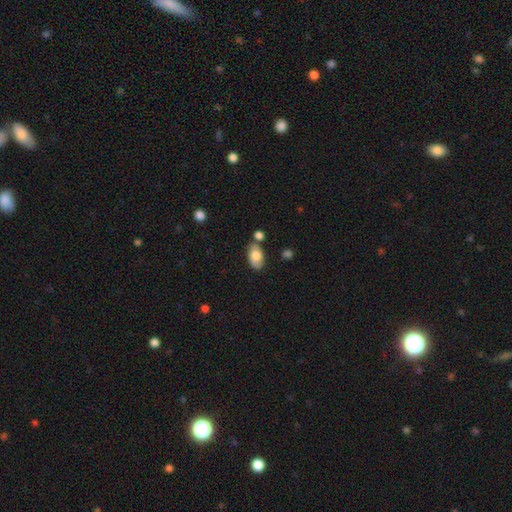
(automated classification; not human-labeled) Smooth or featured? Predicted: smooth (p=0.72). How rounded? Predicted: in between (p=0.92). Merging? Predicted: none (p=0.62).